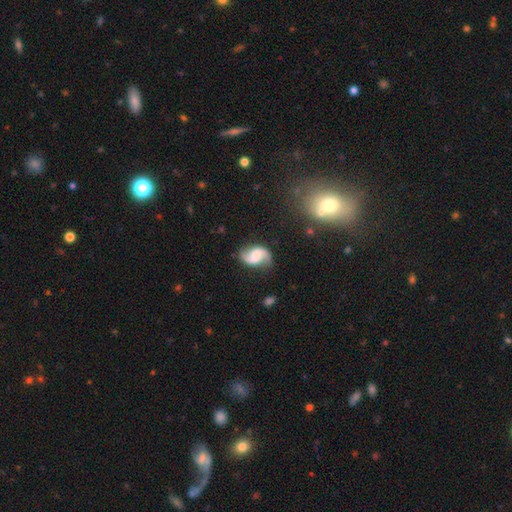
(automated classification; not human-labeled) A featured or disk galaxy (83%) with no bar (48%), 2 (93%) loose (55%) spiral arms (97%) and no central bulge (32%).

Vote fractions:
- Smooth or featured? featured or disk: 83% / smooth: 11% / star or artifact: 6%
- Edge-on disk? no: 98% / yes: 2%
- Bar? no: 48% / weak: 40% / strong: 12%
- Spiral arms? yes: 97% / no: 3%
- Spiral winding? loose: 55% / medium: 36% / tight: 9%
- Spiral arm count? 2: 93% / can't tell: 2% / 1: 2% / 3: 1% / 4: 1% / more than 4: 1%
- Bulge size? none: 32% / moderate: 26% / small: 20% / large: 18% / dominant: 4%
- Merging? none: 78% / minor disturbance: 15% / major disturbance: 5% / merger: 2%